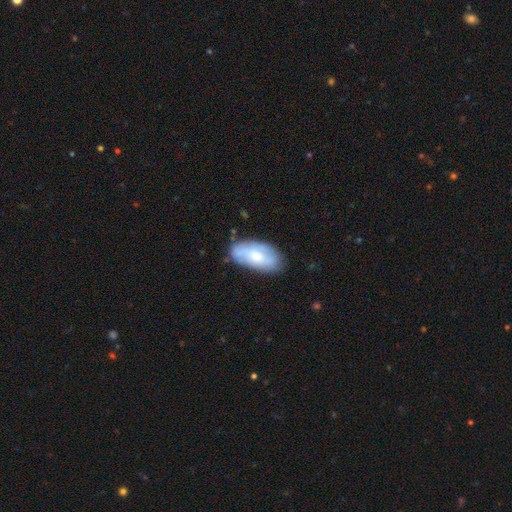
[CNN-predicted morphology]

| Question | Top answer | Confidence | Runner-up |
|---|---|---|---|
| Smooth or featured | smooth | 60% | featured or disk (33%) |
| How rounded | in between | 93% | cigar-shaped (5%) |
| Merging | none | 72% | minor disturbance (21%) |